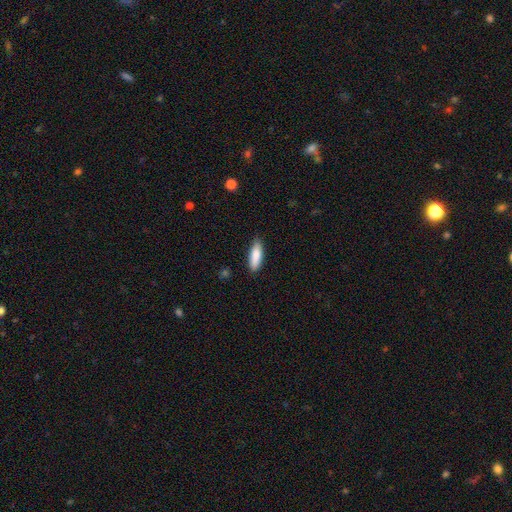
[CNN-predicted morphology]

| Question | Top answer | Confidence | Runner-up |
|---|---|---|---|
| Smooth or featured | smooth | 84% | featured or disk (10%) |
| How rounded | cigar-shaped | 51% | in between (48%) |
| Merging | none | 84% | minor disturbance (12%) |